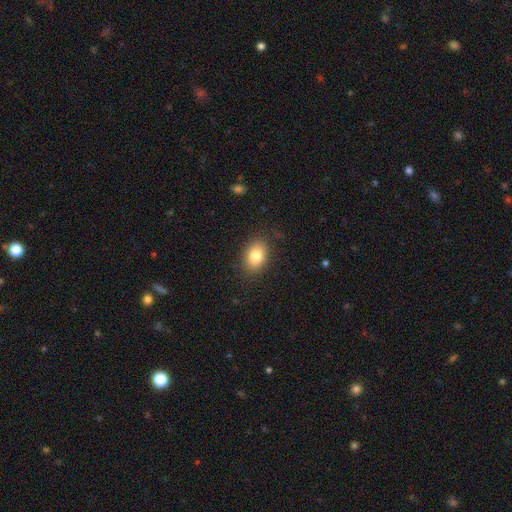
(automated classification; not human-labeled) smooth 81%, featured or disk 10%, star or artifact 9%. Down the decision tree: how rounded — in between (75%); merging — none (86%).